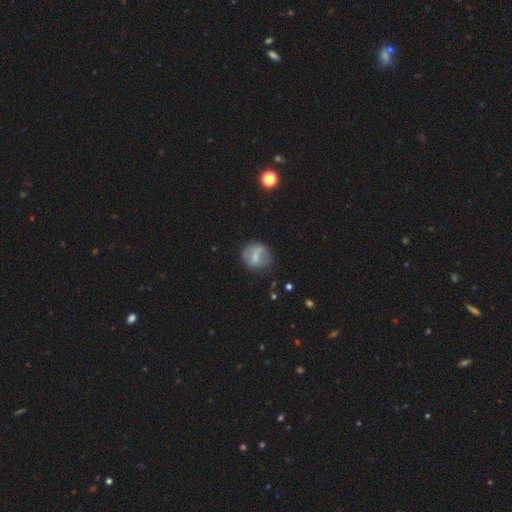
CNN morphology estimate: Smooth or featured? Predicted: smooth (p=0.56). How rounded? Predicted: round (p=0.75). Merging? Predicted: none (p=0.69).